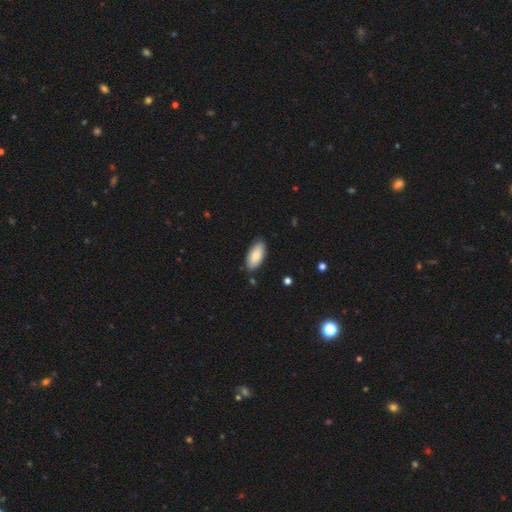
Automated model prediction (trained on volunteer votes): This is clearly a smooth galaxy (84%). How rounded: clearly in between (89%). Merging: clearly none (85%).